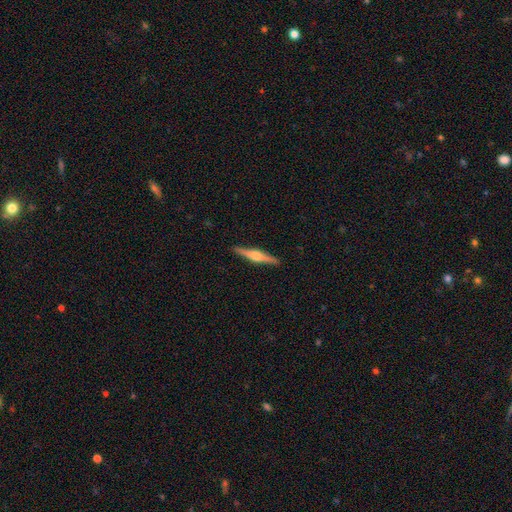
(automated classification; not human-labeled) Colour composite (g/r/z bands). It shows a featured or disk galaxy (73%) viewed edge-on (98%) with a rounded central bulge (88%). Merging: none (92%).